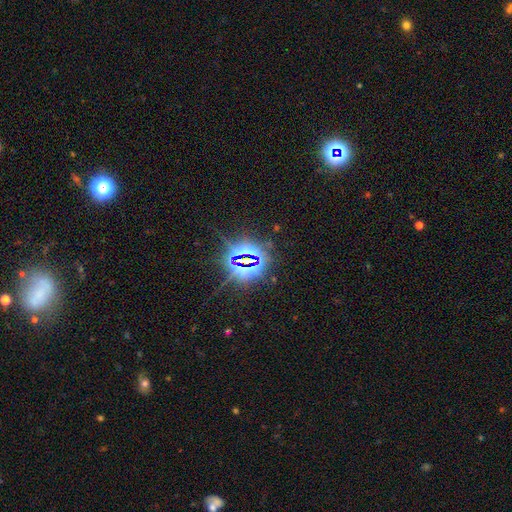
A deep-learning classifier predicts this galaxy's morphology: Smooth or featured? star or artifact (83%)